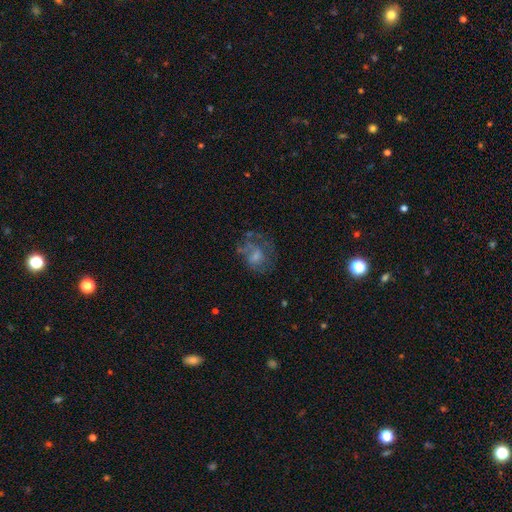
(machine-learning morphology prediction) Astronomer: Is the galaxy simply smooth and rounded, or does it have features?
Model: featured or disk — 50% (runner-up: smooth, 38%).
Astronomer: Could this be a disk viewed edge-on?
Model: no — 98%.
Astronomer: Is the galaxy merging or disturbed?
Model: none — 40% (runner-up: major disturbance, 34%).